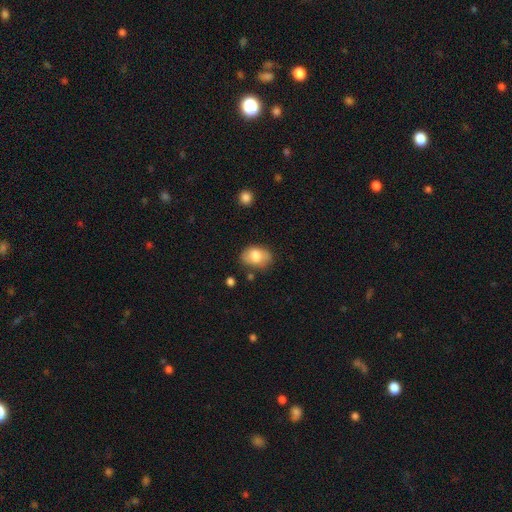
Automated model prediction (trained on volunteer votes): A smooth galaxy with no disk features (76%) that is in between round and cigar-shaped (80%). Merging: none (67%).